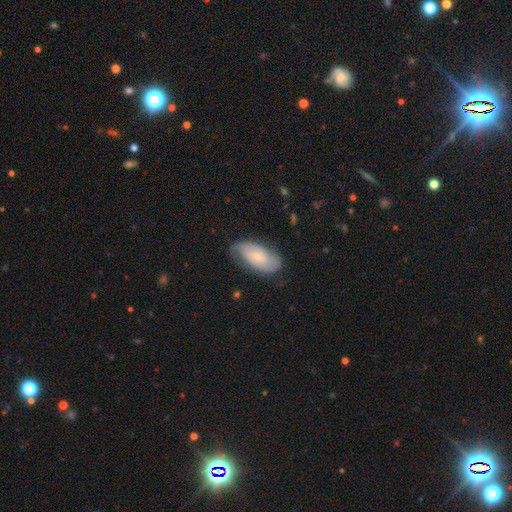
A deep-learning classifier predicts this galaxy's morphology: Overall: featured or disk (60%; smooth 34%). Edge-on disk: no (94%). Bar: no (72%). Spiral arms: yes (87%). Bulge size: small (74%). Merging: none (71%).